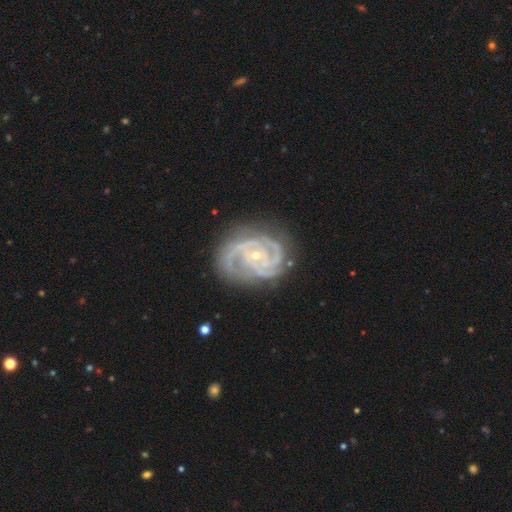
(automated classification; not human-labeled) Morphology: type=featured or disk (91%); edge-on=no (98%); bar=no (63%); spiral arms=yes (98%); winding=tight (67%); arm count=2 (37%); bulge=small (78%); merging=none (73%).